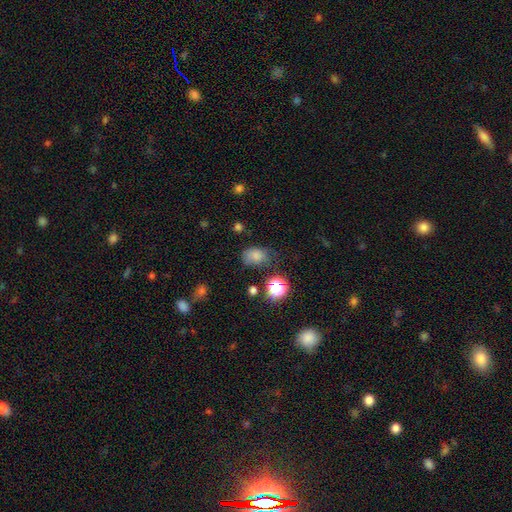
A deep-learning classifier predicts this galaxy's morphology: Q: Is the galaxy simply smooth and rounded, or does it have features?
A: smooth — 75%.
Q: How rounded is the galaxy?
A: in between — 73%.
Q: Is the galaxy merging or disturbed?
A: none — 56%.